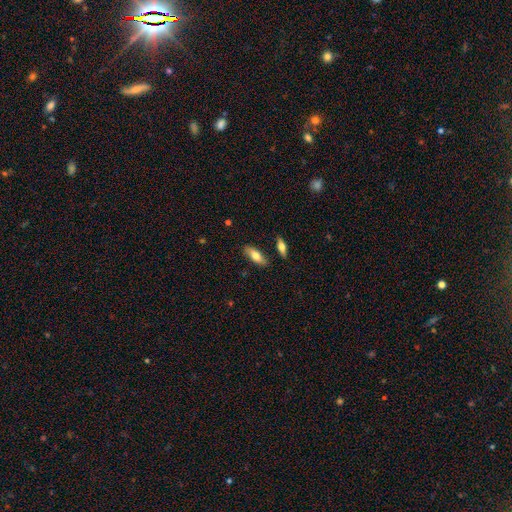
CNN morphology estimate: A smooth galaxy with no disk features (74%) that is in between round and cigar-shaped (73%).

Vote fractions:
- Smooth or featured? smooth: 74% / featured or disk: 20% / star or artifact: 6%
- How rounded? in between: 73% / cigar-shaped: 25% / round: 2%
- Merging? none: 82% / minor disturbance: 11% / merger: 5% / major disturbance: 2%